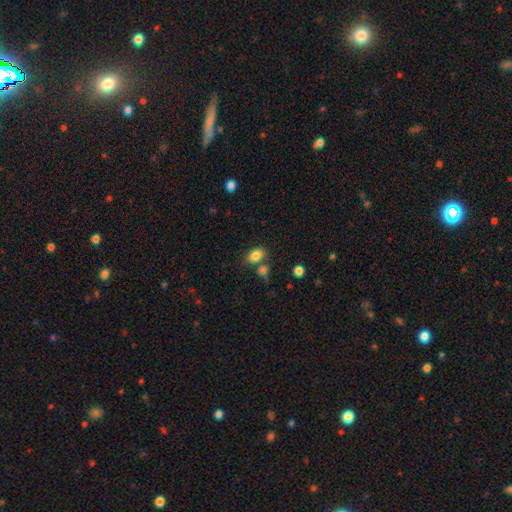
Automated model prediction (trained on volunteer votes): Smooth or featured? Predicted: smooth (p=0.85). How rounded? Predicted: in between (p=0.80). Merging? Predicted: none (p=0.66).